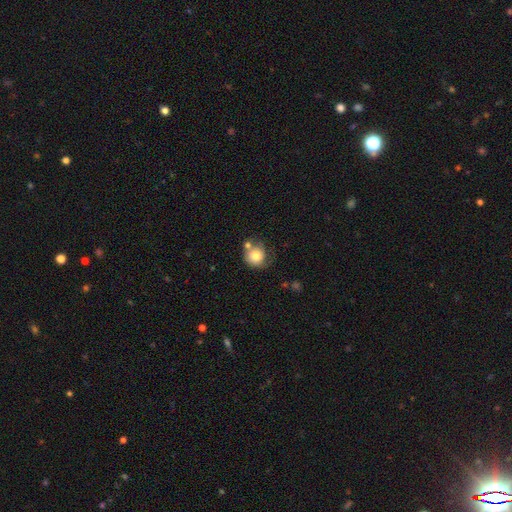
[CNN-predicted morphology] Smooth or featured? Predicted: smooth (p=0.76). How rounded? Predicted: round (p=0.85). Merging? Predicted: none (p=0.44).